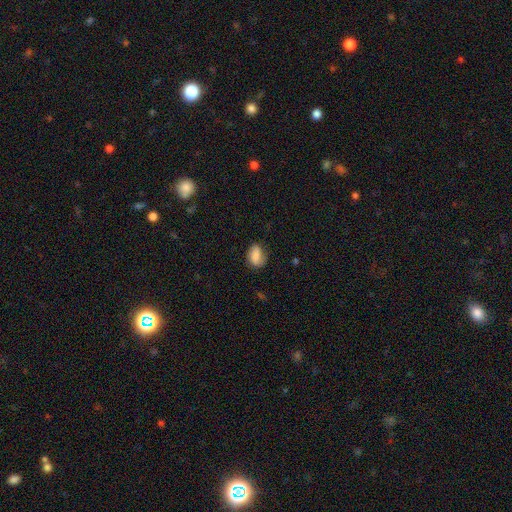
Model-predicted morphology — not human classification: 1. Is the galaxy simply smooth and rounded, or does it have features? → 70% smooth, 21% featured or disk, 9% star or artifact.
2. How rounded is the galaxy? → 79% in between, 18% round, 3% cigar-shaped.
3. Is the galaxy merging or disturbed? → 57% none, 29% minor disturbance, 12% major disturbance, 2% merger.